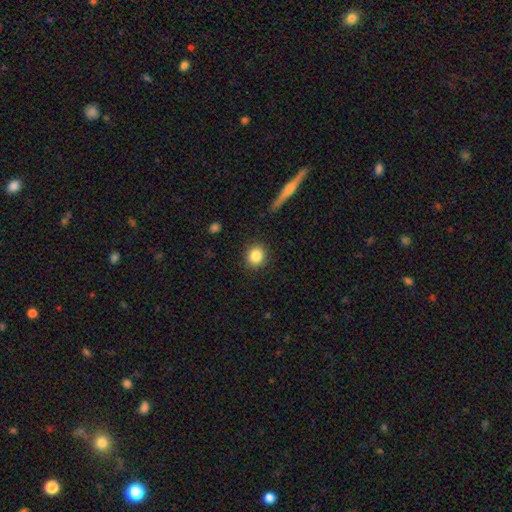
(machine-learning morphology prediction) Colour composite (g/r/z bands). It shows a smooth galaxy with no disk features (85%) that is round (84%). Merging: none (89%).